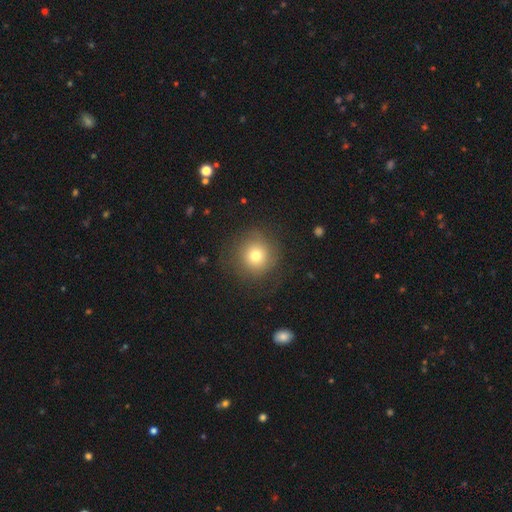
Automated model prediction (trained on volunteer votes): Smooth or featured? smooth (73%)
How rounded? round (93%)
Merging? none (78%)